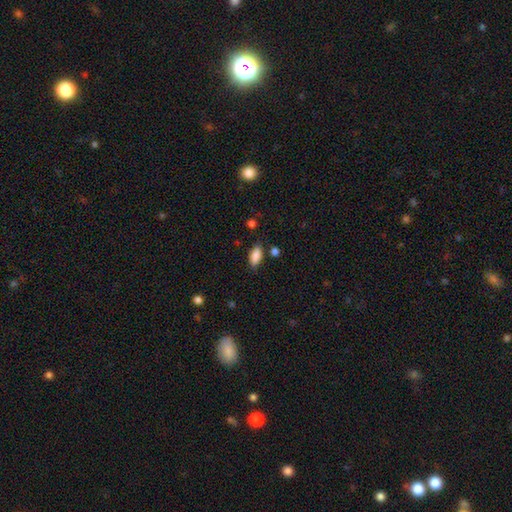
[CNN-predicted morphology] This is clearly a smooth galaxy (87%). How rounded: clearly in between (88%). Merging: likely none (79%).